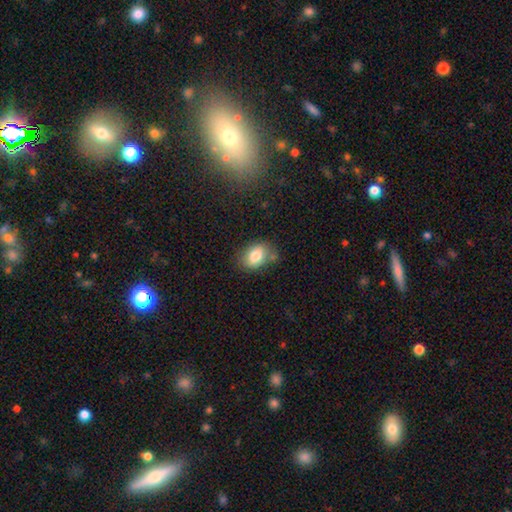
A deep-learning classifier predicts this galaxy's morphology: smooth 81%, featured or disk 11%, star or artifact 8%. Down the decision tree: how rounded — in between (78%); merging — none (65%).